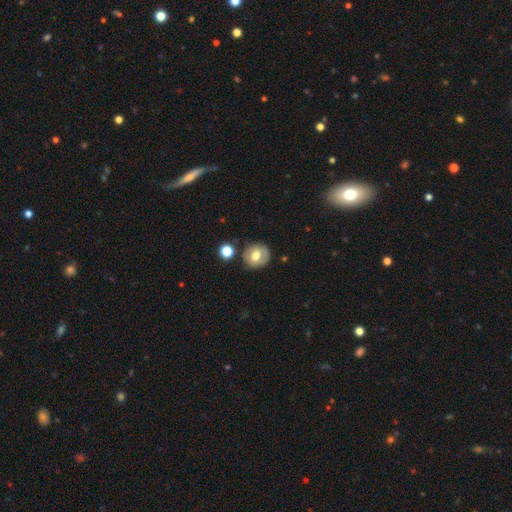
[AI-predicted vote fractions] smooth_or_featured: smooth (p=0.65) [alt: featured or disk p=0.27]
how_rounded: round (p=0.85) [alt: in between p=0.14]
merging: none (p=0.79) [alt: minor disturbance p=0.12]